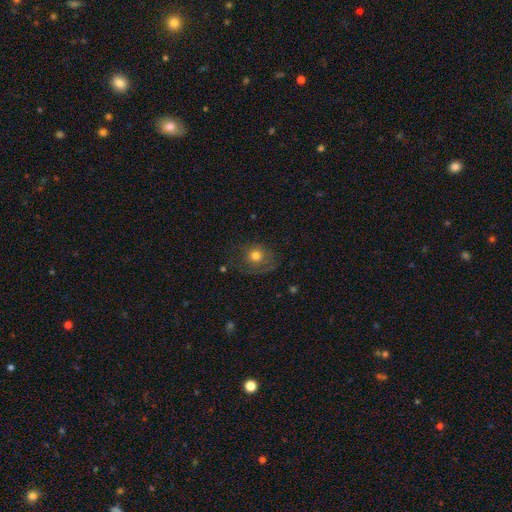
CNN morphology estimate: smooth_or_featured: smooth (p=0.65) [alt: featured or disk p=0.23]
how_rounded: round (p=0.78) [alt: in between p=0.21]
merging: none (p=0.57) [alt: minor disturbance p=0.23]